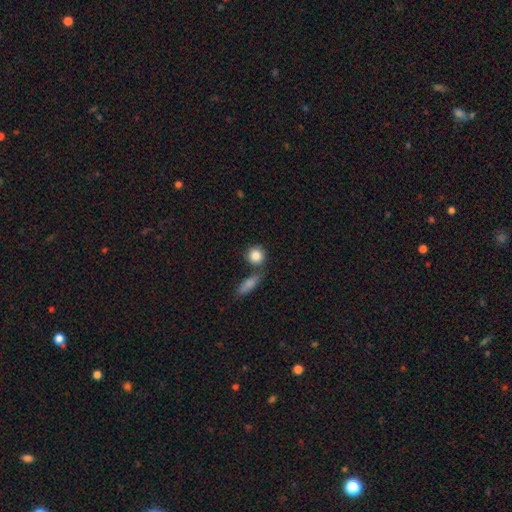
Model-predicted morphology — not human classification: type=smooth (85%); roundness=round (85%); merging=none (66%).